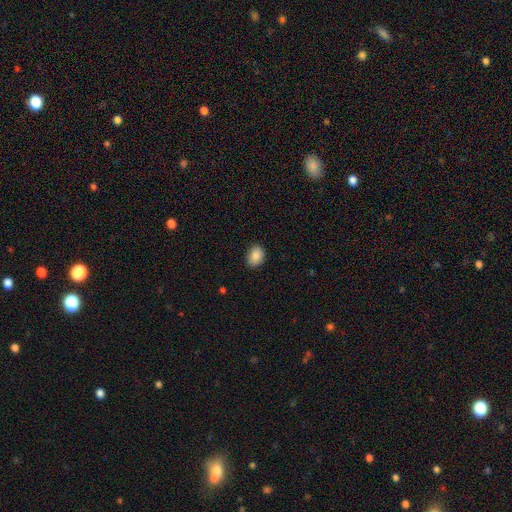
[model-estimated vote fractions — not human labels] Smooth or featured? smooth (88%)
How rounded? in between (65%)
Merging? none (88%)